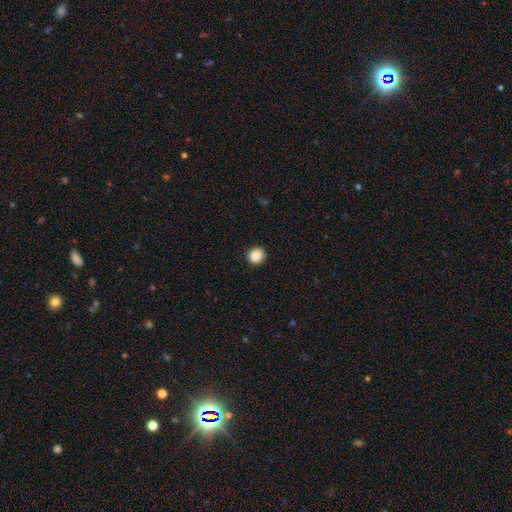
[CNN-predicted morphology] Q: Smooth or featured?
A: smooth (89%); runner-up: star or artifact (9%)
Q: How rounded?
A: round (87%); runner-up: in between (12%)
Q: Merging?
A: none (91%); runner-up: minor disturbance (6%)